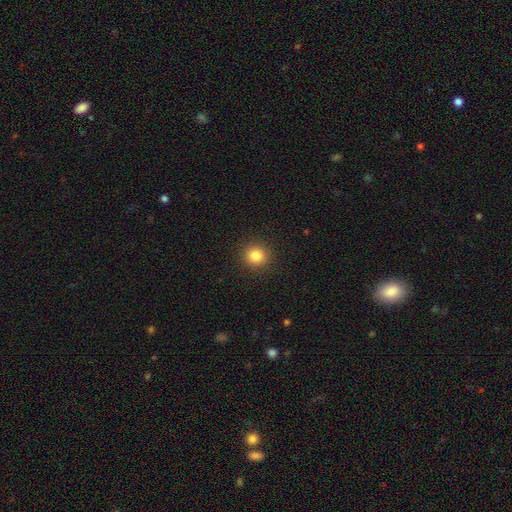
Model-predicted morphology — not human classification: smooth_or_featured: smooth (p=0.84) [alt: star or artifact p=0.11]
how_rounded: round (p=0.91) [alt: in between p=0.08]
merging: none (p=0.92) [alt: minor disturbance p=0.05]